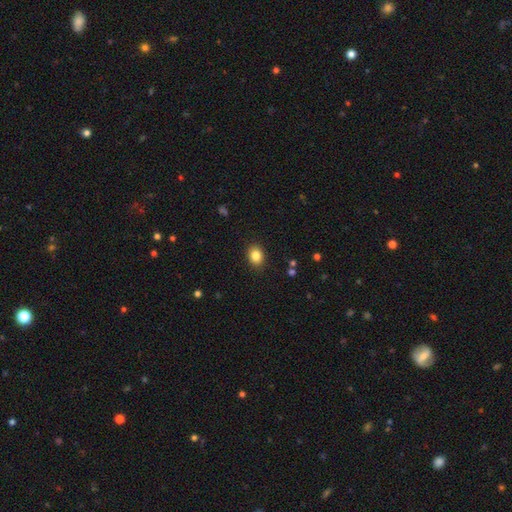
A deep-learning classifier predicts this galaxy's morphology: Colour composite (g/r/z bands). It shows a smooth galaxy with no disk features (84%) that is in between round and cigar-shaped (50%). Merging: none (89%).